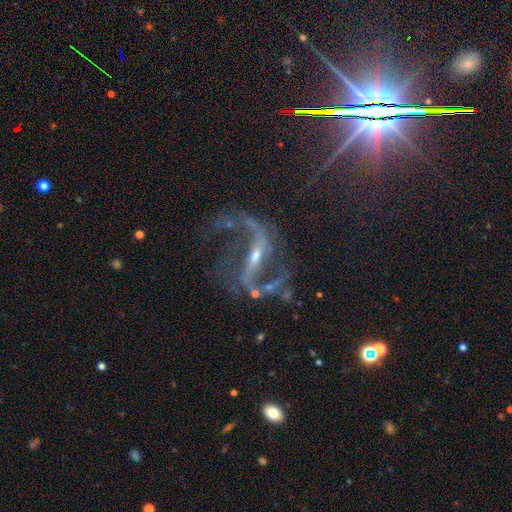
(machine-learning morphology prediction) A featured or disk galaxy (89%) with a strong bar (60%), 2 (90%) loose (72%) spiral arms (95%) and a small central bulge (62%).

Vote fractions:
- Smooth or featured? featured or disk: 89% / star or artifact: 7% / smooth: 4%
- Edge-on disk? no: 94% / yes: 6%
- Bar? strong: 60% / weak: 27% / no: 13%
- Spiral arms? yes: 95% / no: 5%
- Spiral winding? loose: 72% / medium: 22% / tight: 6%
- Spiral arm count? 2: 90% / 1: 4% / can't tell: 2% / 3: 2% / 4: 1% / more than 4: 1%
- Bulge size? small: 62% / moderate: 32% / none: 3% / large: 2% / dominant: 1%
- Merging? none: 55% / major disturbance: 23% / minor disturbance: 16% / merger: 6%